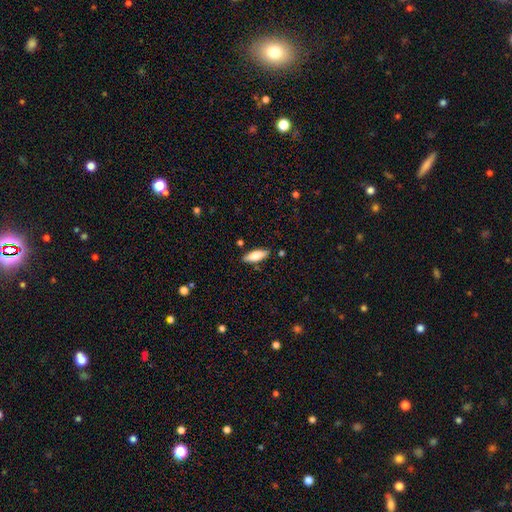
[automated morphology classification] A smooth galaxy with no disk features (75%) that is in between round and cigar-shaped (66%). Merging: none (84%).